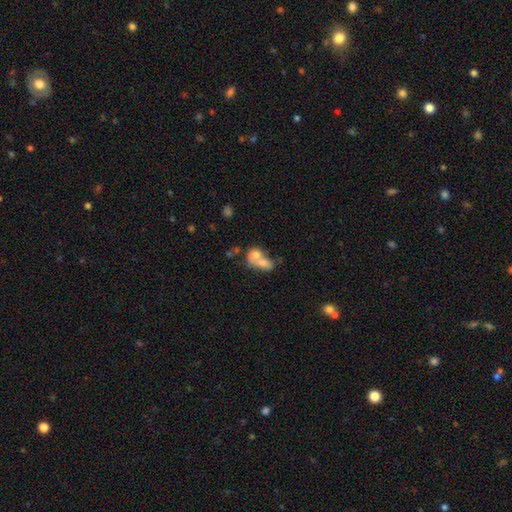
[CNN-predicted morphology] This is likely a smooth galaxy (66%). How rounded: likely in between (70%). Merging: likely merger (72%).